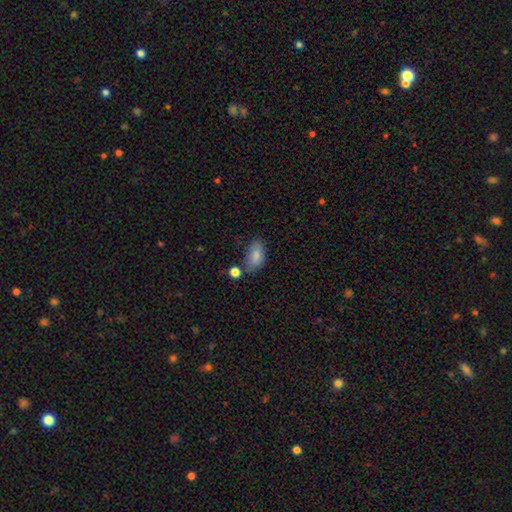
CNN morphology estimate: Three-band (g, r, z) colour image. It shows a smooth galaxy with no disk features (84%) that is in between round and cigar-shaped (91%). Merging: none (63%).